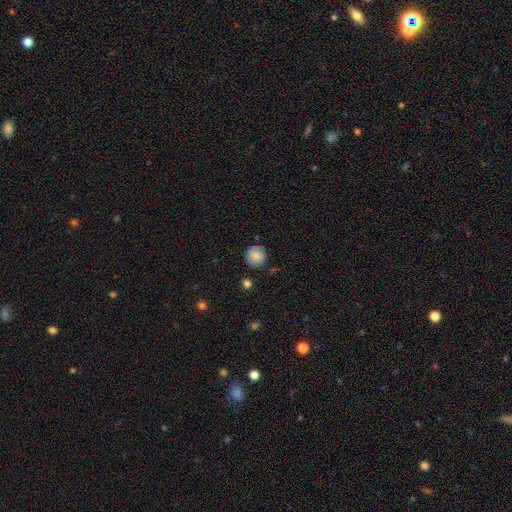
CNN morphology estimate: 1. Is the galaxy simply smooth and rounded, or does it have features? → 78% smooth, 14% featured or disk, 8% star or artifact.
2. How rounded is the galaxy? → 92% round, 7% in between, 1% cigar-shaped.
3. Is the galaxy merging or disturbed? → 81% none, 13% minor disturbance, 3% major disturbance, 3% merger.